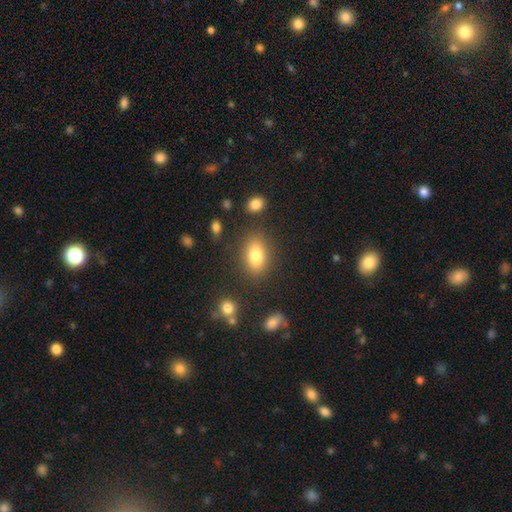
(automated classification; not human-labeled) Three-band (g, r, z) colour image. It shows a smooth galaxy with no disk features (80%) that is in between round and cigar-shaped (83%). Merging: none (81%).